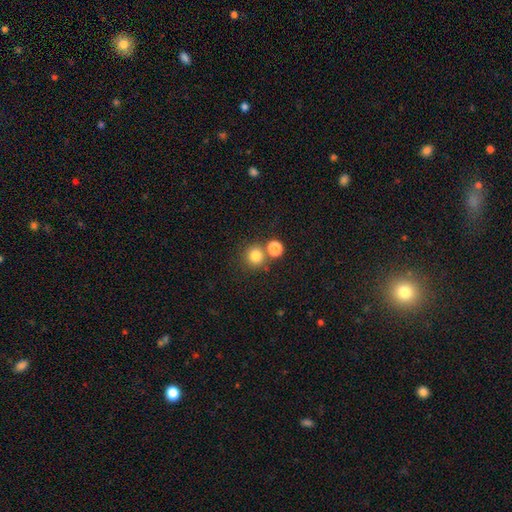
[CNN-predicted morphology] smooth-or-featured: smooth: 80% | star or artifact: 14% | featured or disk: 6%
  how-rounded: round: 93% | in between: 6% | cigar-shaped: 1%
  merging: none: 71% | merger: 19% | minor disturbance: 7% | major disturbance: 3%